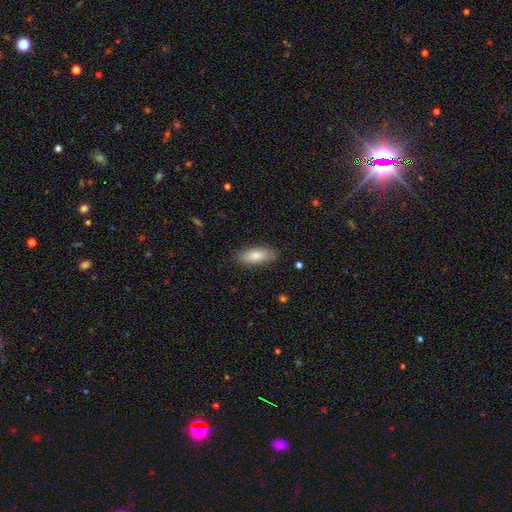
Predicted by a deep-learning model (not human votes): The model was most divided on "how rounded": in between: 77%, cigar-shaped: 21%, round: 2%. More confident: merging — none (87%); smooth or featured — smooth (80%).